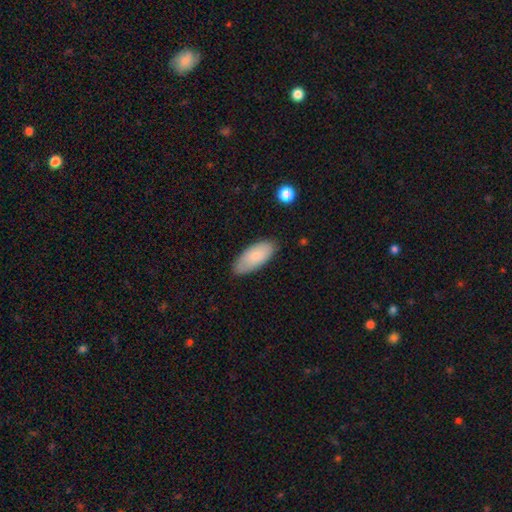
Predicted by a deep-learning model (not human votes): Morphology: type=smooth (81%); roundness=in between (88%); merging=none (80%).